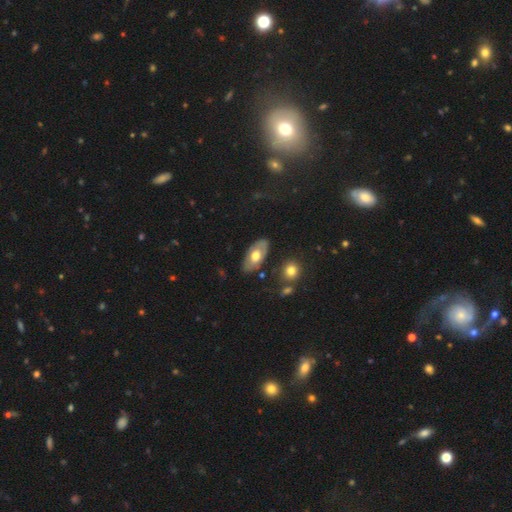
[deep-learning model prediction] Q: Smooth or featured?
A: smooth (50%); runner-up: featured or disk (45%)
Q: Merging?
A: none (79%); runner-up: minor disturbance (14%)